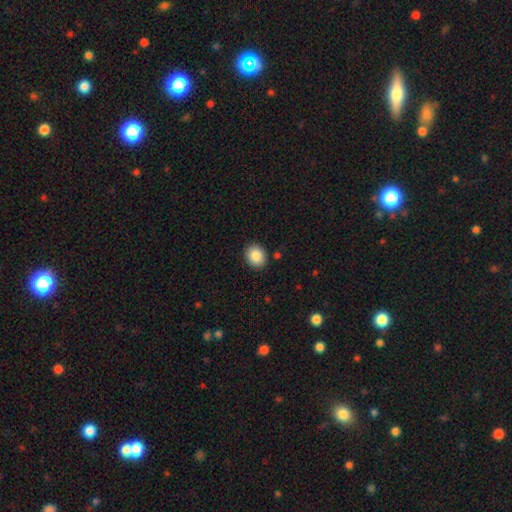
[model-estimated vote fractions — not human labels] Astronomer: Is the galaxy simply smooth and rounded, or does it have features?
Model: smooth — 87%.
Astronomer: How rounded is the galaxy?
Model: round — 58% (runner-up: in between, 41%).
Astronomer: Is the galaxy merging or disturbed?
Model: none — 89%.